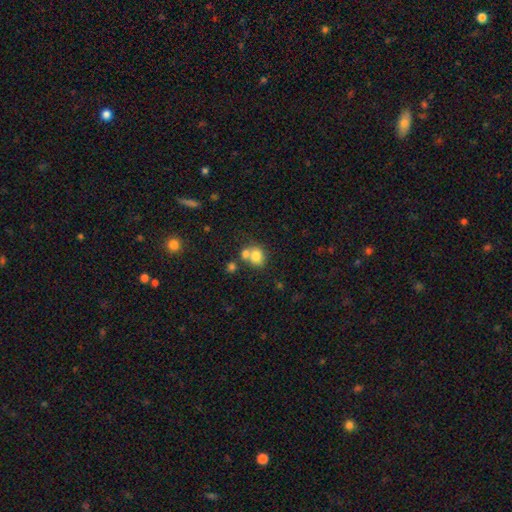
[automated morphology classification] The model was most divided on "merging": merger: 43%, none: 42%, minor disturbance: 10%, major disturbance: 5%. More confident: smooth or featured — smooth (77%); how rounded — round (60%).